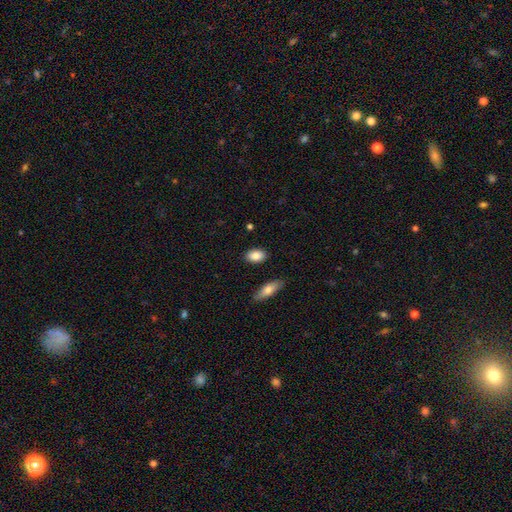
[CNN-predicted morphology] Smooth or featured: smooth — 86% (featured or disk — 7%)
How rounded: in between — 87% (round — 10%)
Merging: none — 87% (minor disturbance — 8%)